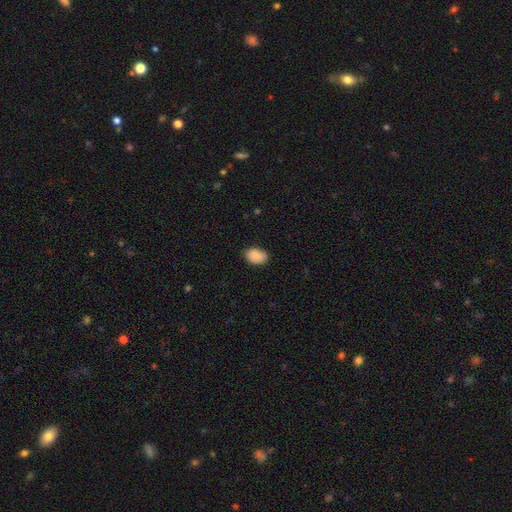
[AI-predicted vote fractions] Smooth or featured? Predicted: smooth (p=0.89). How rounded? Predicted: in between (p=0.86). Merging? Predicted: none (p=0.80).